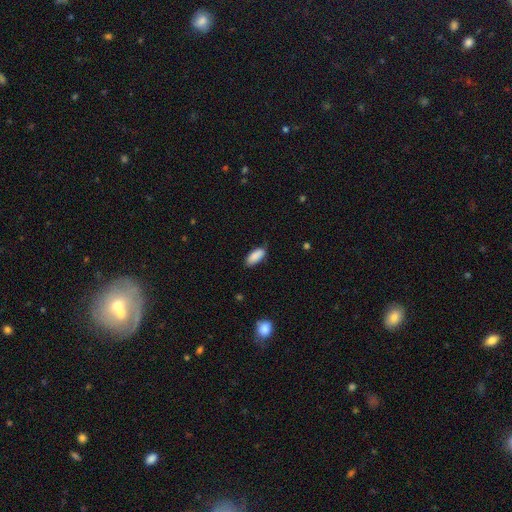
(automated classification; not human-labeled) smooth 88%, star or artifact 7%, featured or disk 5%. Down the decision tree: how rounded — in between (87%); merging — none (76%).